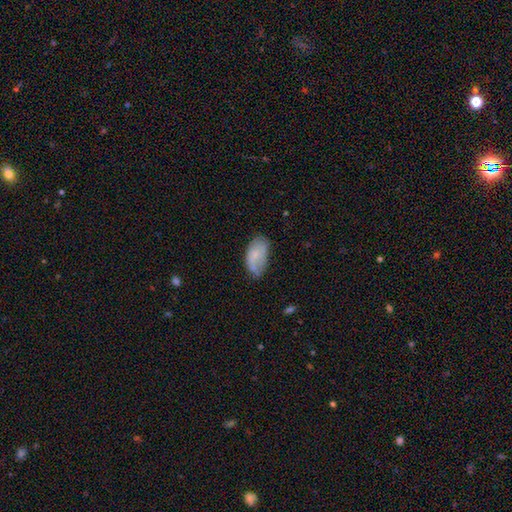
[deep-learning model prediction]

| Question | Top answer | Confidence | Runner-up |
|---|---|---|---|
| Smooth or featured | smooth | 63% | featured or disk (29%) |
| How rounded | in between | 94% | round (4%) |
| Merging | none | 51% | minor disturbance (36%) |